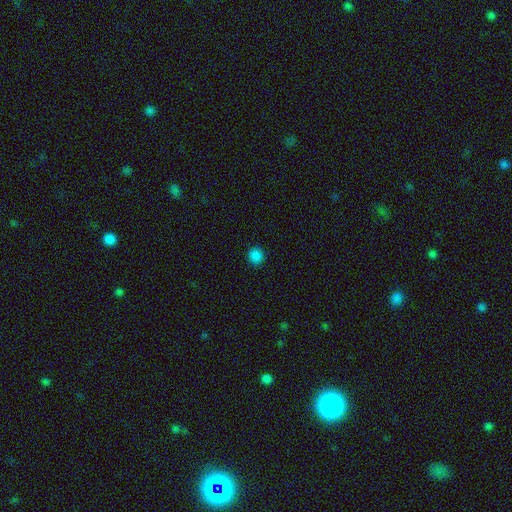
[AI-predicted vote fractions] smooth-or-featured: smooth: 85% | star or artifact: 13% | featured or disk: 2%
  how-rounded: round: 91% | in between: 8% | cigar-shaped: 1%
  merging: none: 92% | minor disturbance: 5% | major disturbance: 2% | merger: 1%